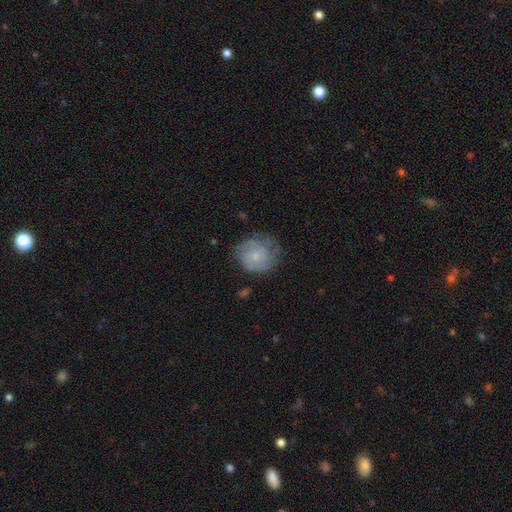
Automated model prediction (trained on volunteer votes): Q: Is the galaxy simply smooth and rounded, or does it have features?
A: featured or disk — 65%.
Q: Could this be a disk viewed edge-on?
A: no — 98%.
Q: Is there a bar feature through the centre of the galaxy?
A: no — 75%.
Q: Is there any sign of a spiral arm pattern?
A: yes — 90%.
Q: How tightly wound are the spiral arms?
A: tight — 56%.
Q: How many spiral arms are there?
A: can't tell — 31%.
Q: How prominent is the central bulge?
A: small — 65%.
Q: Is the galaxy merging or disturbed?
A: none — 66%.